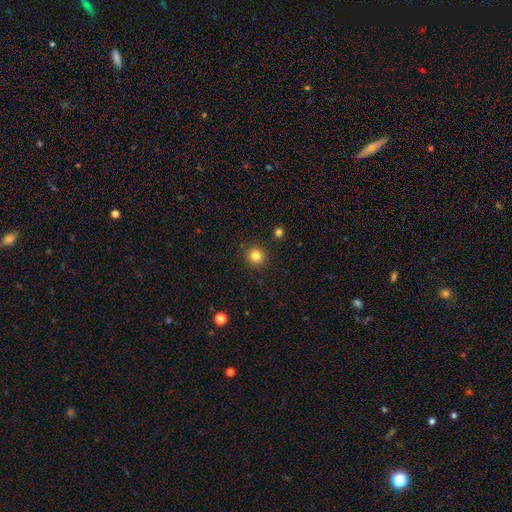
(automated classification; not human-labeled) Smooth or featured?
  - smooth: 82% *
  - star or artifact: 12%
  - featured or disk: 5%
How rounded?
  - round: 93% *
  - in between: 6%
  - cigar-shaped: 1%
Merging?
  - none: 90% *
  - minor disturbance: 6%
  - major disturbance: 2%
  - merger: 2%